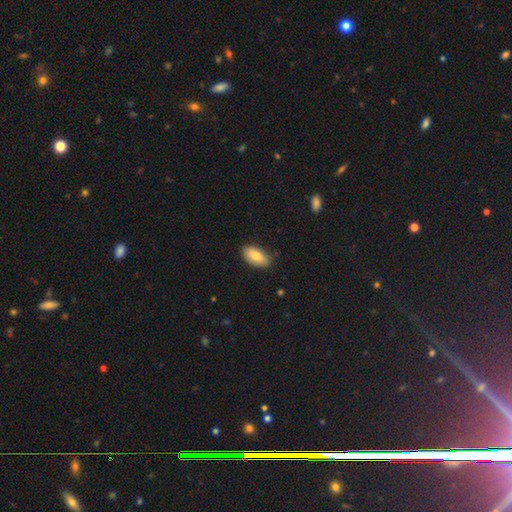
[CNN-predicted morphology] type=smooth (79%); roundness=in between (92%); merging=none (81%).